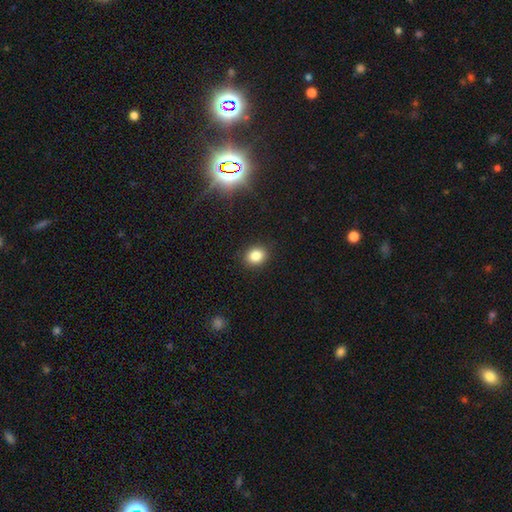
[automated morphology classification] Smooth or featured?
  - smooth: 83% *
  - star or artifact: 11%
  - featured or disk: 5%
How rounded?
  - round: 56% *
  - in between: 43%
  - cigar-shaped: 1%
Merging?
  - none: 89% *
  - minor disturbance: 7%
  - major disturbance: 2%
  - merger: 1%